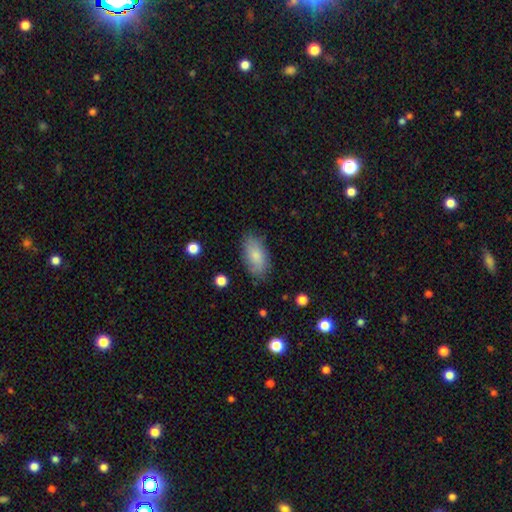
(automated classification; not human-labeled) Smooth or featured? smooth (79%)
How rounded? in between (92%)
Merging? none (79%)